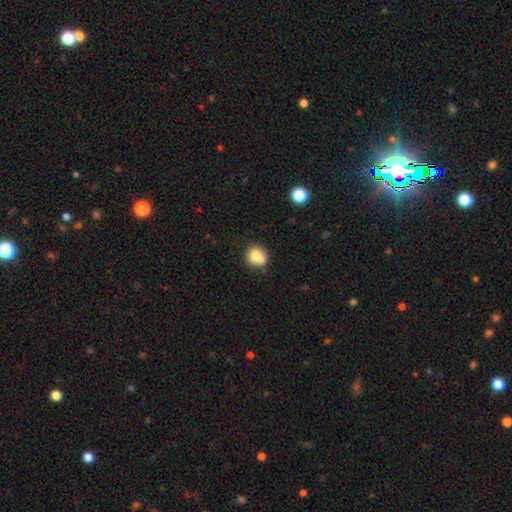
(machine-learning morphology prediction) smooth 77%, featured or disk 13%, star or artifact 10%. Down the decision tree: how rounded — round (82%); merging — none (57%).